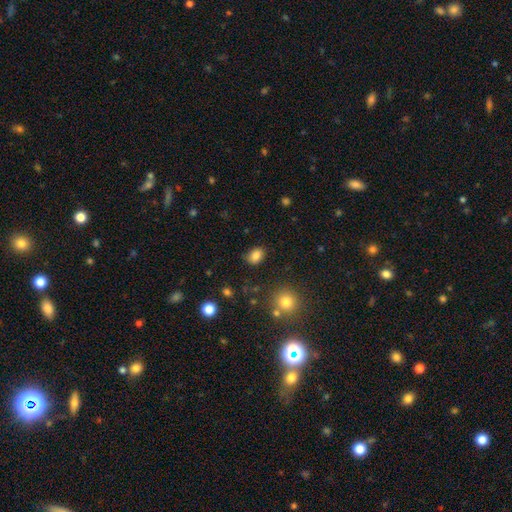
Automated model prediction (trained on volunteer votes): Overall: smooth (84%). How rounded: in between (67%; round 32%). Merging: none (83%).